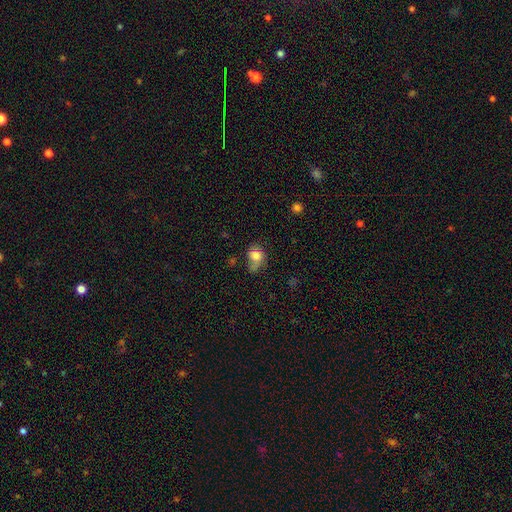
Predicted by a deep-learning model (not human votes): Morphology: type=smooth (74%); roundness=in between (58%); merging=none (36%).